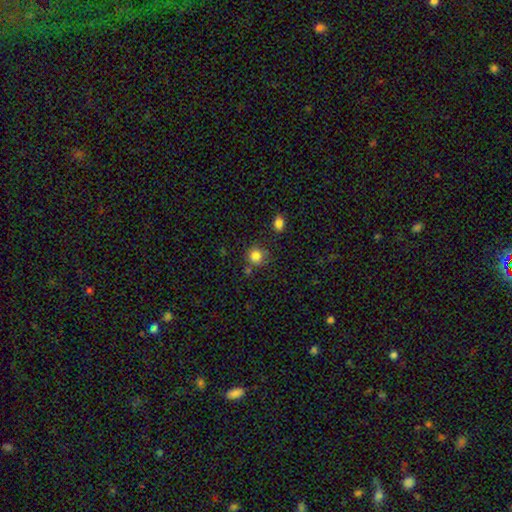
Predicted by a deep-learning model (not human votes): A smooth galaxy with no disk features (84%) that is round (87%). Merging: none (70%).